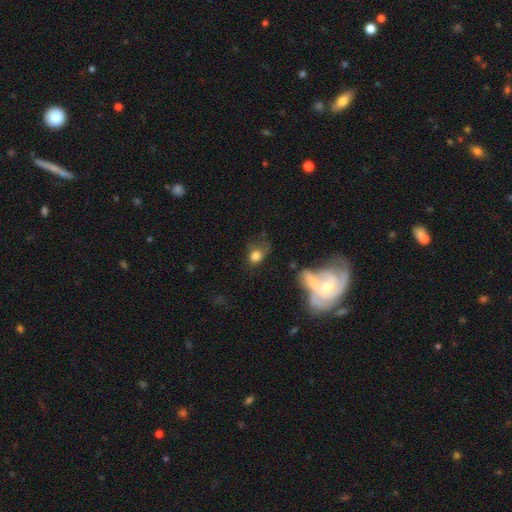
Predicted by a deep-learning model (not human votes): smooth-or-featured: smooth: 75% | featured or disk: 14% | star or artifact: 11%
  how-rounded: round: 50% | in between: 48% | cigar-shaped: 2%
  merging: none: 38% | minor disturbance: 25% | major disturbance: 25% | merger: 12%